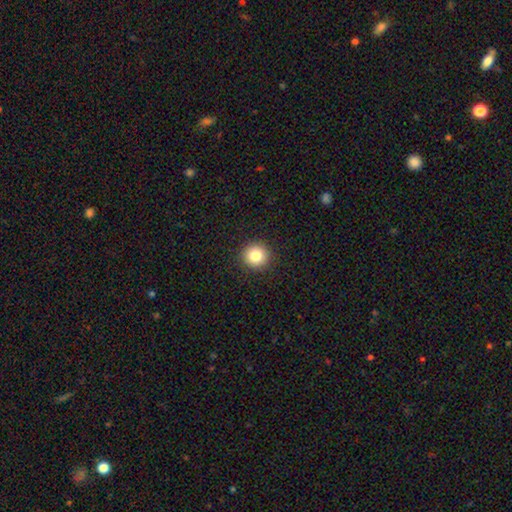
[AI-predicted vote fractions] smooth_or_featured: smooth (p=0.82) [alt: star or artifact p=0.11]
how_rounded: round (p=0.93) [alt: in between p=0.06]
merging: none (p=0.92) [alt: minor disturbance p=0.05]